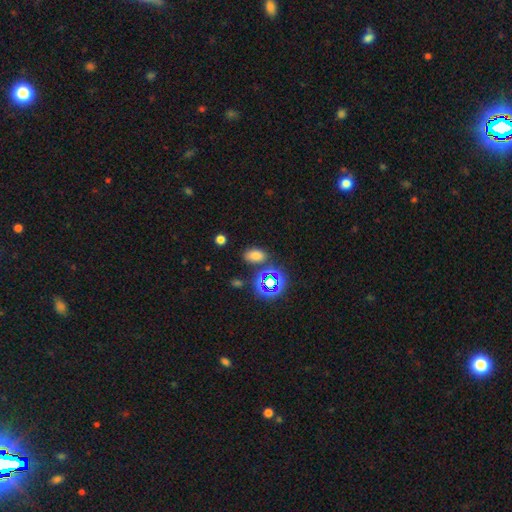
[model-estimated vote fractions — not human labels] A smooth galaxy with no disk features (68%) that is in between round and cigar-shaped (85%). Merging: none (74%).